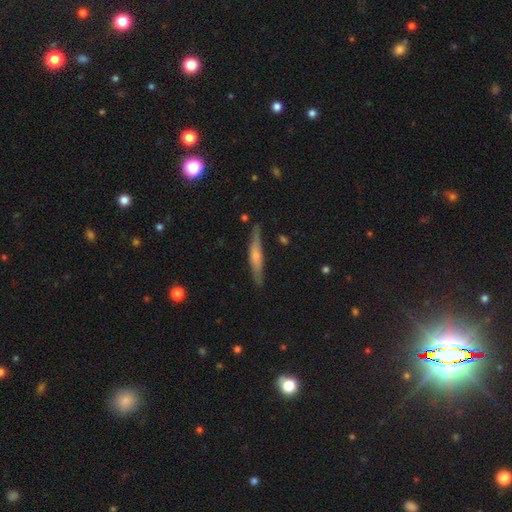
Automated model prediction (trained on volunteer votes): Smooth or featured: featured or disk — 57% (smooth — 36%)
Edge-on disk: yes — 93% (no — 7%)
Edge-on bulge: rounded — 61% (none — 27%)
Merging: none — 85% (minor disturbance — 11%)